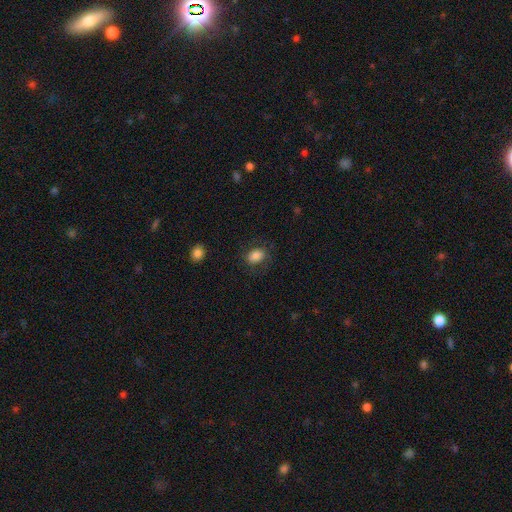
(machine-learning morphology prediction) Smooth or featured: smooth — 82% (featured or disk — 10%)
How rounded: in between — 70% (round — 29%)
Merging: none — 77% (minor disturbance — 14%)